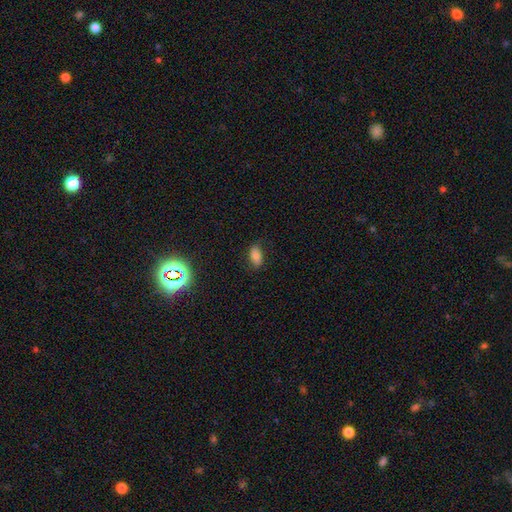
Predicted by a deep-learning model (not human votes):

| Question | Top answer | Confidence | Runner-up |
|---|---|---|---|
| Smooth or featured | smooth | 77% | star or artifact (12%) |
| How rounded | in between | 91% | round (7%) |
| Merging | none | 81% | minor disturbance (14%) |